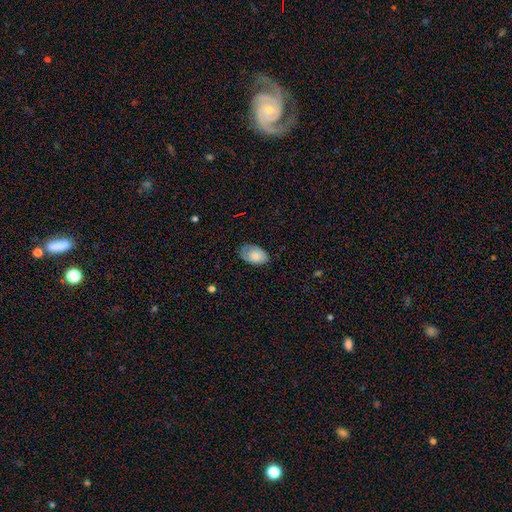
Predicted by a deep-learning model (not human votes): Q: Smooth or featured?
A: smooth (81%); runner-up: featured or disk (12%)
Q: How rounded?
A: in between (91%); runner-up: round (8%)
Q: Merging?
A: none (72%); runner-up: minor disturbance (23%)